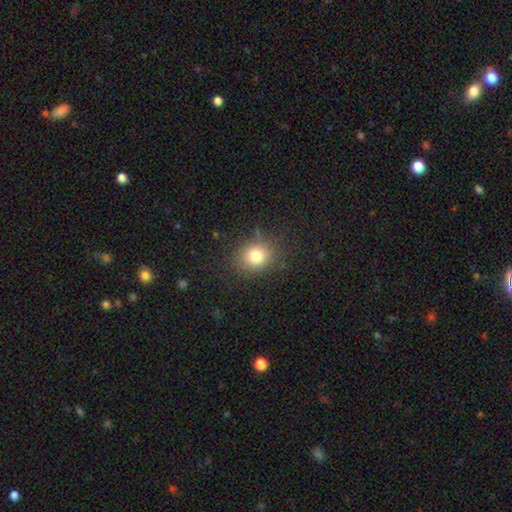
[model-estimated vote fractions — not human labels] This is likely a smooth galaxy (78%). How rounded: likely round (71%). Merging: clearly none (82%).